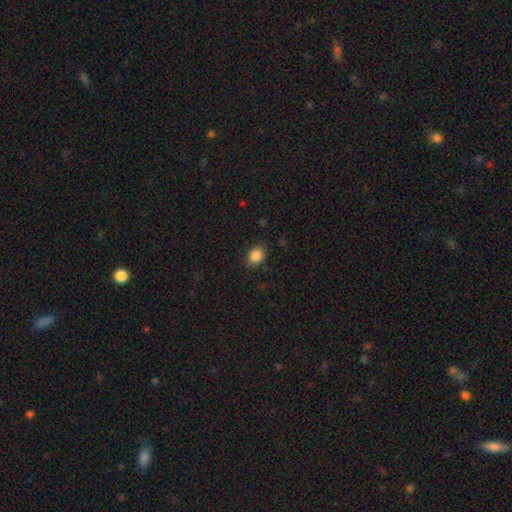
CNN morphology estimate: A smooth galaxy with no disk features (87%) that is in between round and cigar-shaped (62%). Merging: none (83%).